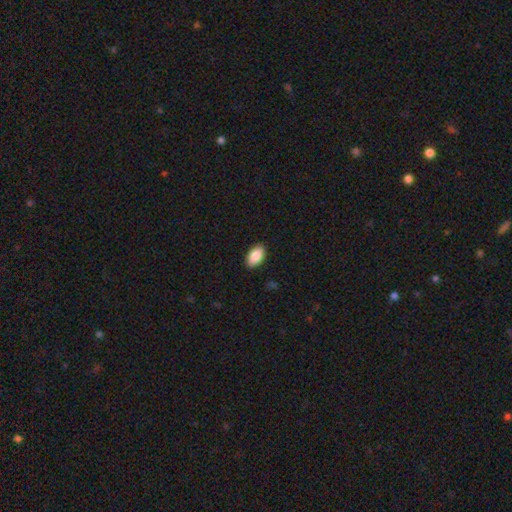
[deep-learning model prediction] Smooth or featured: smooth — 88% (star or artifact — 6%)
How rounded: in between — 94% (round — 4%)
Merging: none — 89% (minor disturbance — 8%)